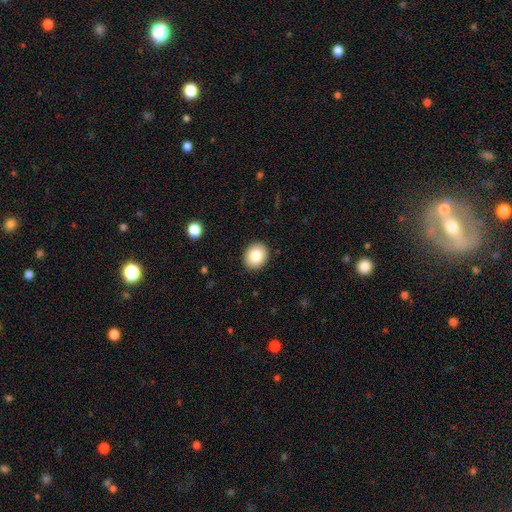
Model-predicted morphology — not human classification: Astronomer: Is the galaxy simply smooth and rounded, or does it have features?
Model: smooth — 83%.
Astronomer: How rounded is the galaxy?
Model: round — 58% (runner-up: in between, 41%).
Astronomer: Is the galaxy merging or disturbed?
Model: none — 90%.